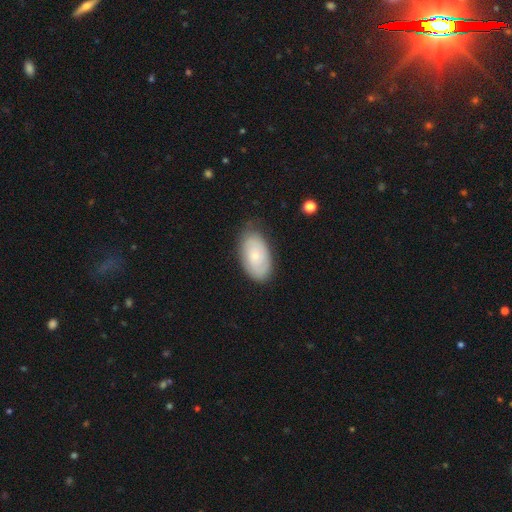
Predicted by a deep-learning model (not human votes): Smooth or featured: smooth — 56% (featured or disk — 37%)
How rounded: in between — 94% (round — 4%)
Merging: none — 72% (minor disturbance — 22%)